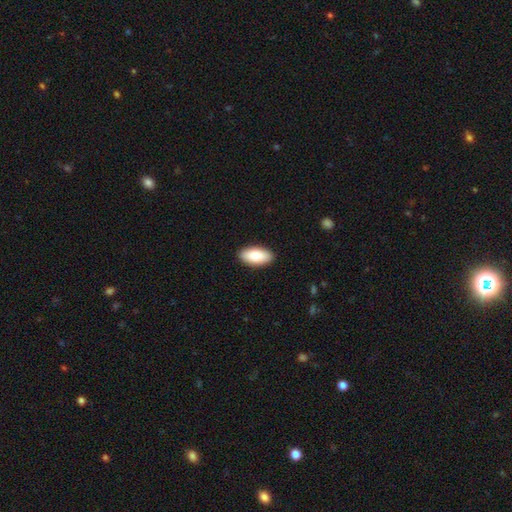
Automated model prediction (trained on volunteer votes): Smooth or featured? smooth (82%)
How rounded? in between (93%)
Merging? none (91%)